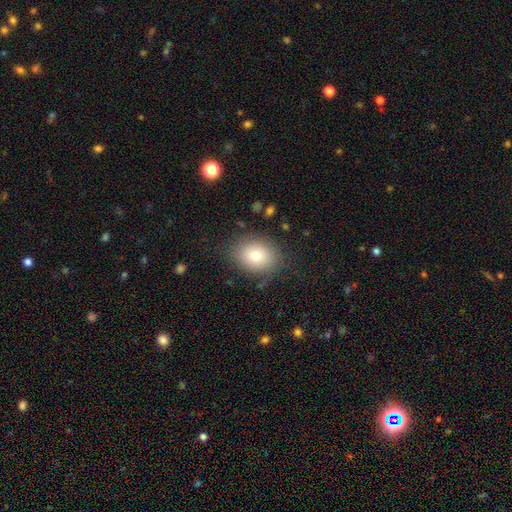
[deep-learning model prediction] smooth_or_featured: smooth (p=0.75) [alt: featured or disk p=0.14]
how_rounded: in between (p=0.50) [alt: round p=0.49]
merging: none (p=0.81) [alt: minor disturbance p=0.13]